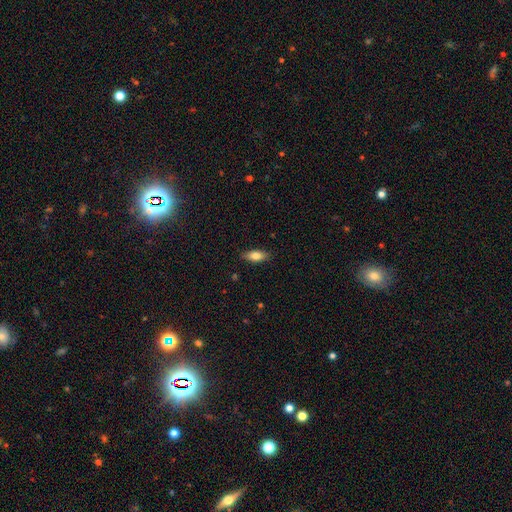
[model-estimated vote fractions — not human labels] The model was most divided on "how rounded": in between: 75%, cigar-shaped: 22%, round: 3%. More confident: merging — none (87%); smooth or featured — smooth (75%).